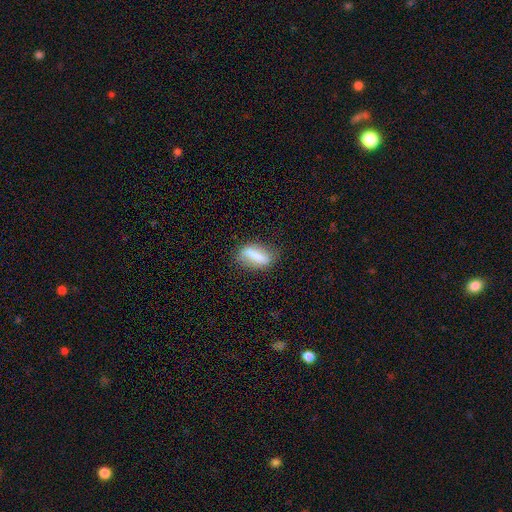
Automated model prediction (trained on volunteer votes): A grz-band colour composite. It shows a smooth galaxy with no disk features (60%) that is in between round and cigar-shaped (59%). Merging: none (72%).